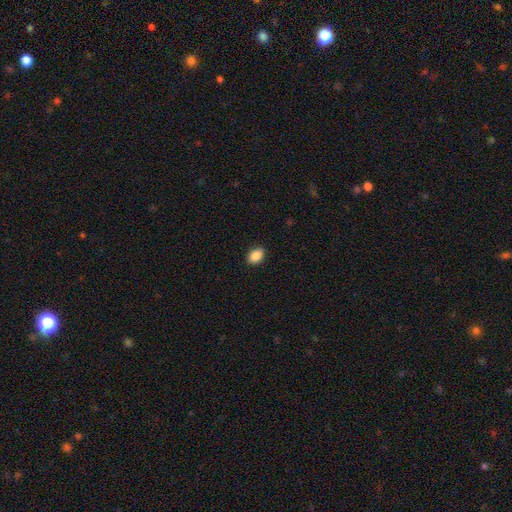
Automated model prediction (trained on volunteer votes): Smooth or featured? Predicted: smooth (p=0.89). How rounded? Predicted: in between (p=0.83). Merging? Predicted: none (p=0.89).